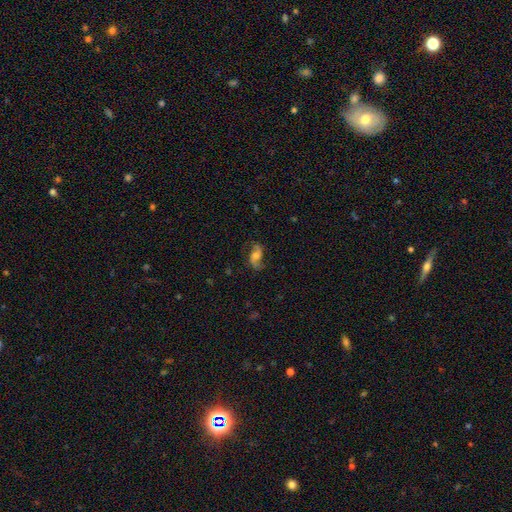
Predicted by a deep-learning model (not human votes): smooth-or-featured: featured or disk: 68% | smooth: 24% | star or artifact: 9%
  disk-edge-on: no: 95% | yes: 5%
    bar: no: 57% | weak: 32% | strong: 11%
    has-spiral-arms: yes: 91% | no: 9%
      spiral-winding: loose: 64% | medium: 28% | tight: 9%
      spiral-arm-count: 2: 91% | can't tell: 4% | 1: 3% | 3: 1% | 4: 1% | more than 4: 1%
    bulge-size: moderate: 55% | small: 25% | large: 14% | none: 5% | dominant: 2%
  merging: none: 73% | minor disturbance: 17% | major disturbance: 8% | merger: 1%